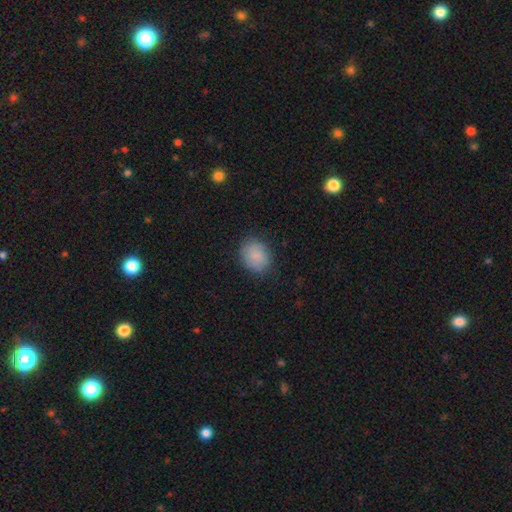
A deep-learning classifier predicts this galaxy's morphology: Smooth or featured?
  - smooth: 85% *
  - featured or disk: 7%
  - star or artifact: 7%
How rounded?
  - round: 52% *
  - in between: 47%
  - cigar-shaped: 1%
Merging?
  - none: 82% *
  - minor disturbance: 13%
  - major disturbance: 3%
  - merger: 1%